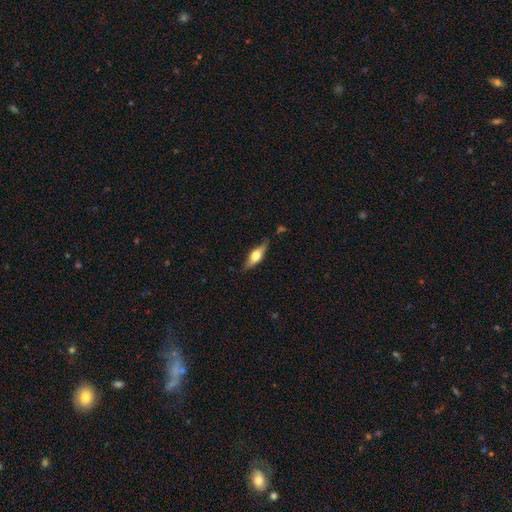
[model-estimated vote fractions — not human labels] featured or disk 49%, smooth 45%, star or artifact 6%. Down the decision tree: merging — none (80%).